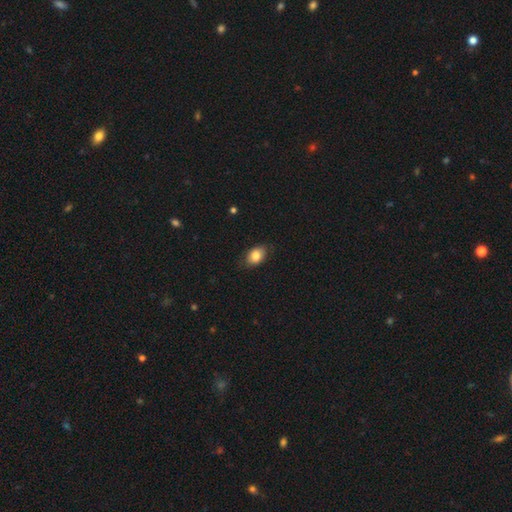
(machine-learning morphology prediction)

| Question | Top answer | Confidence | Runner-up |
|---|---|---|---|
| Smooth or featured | smooth | 83% | featured or disk (9%) |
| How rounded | in between | 79% | round (19%) |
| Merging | none | 81% | minor disturbance (15%) |